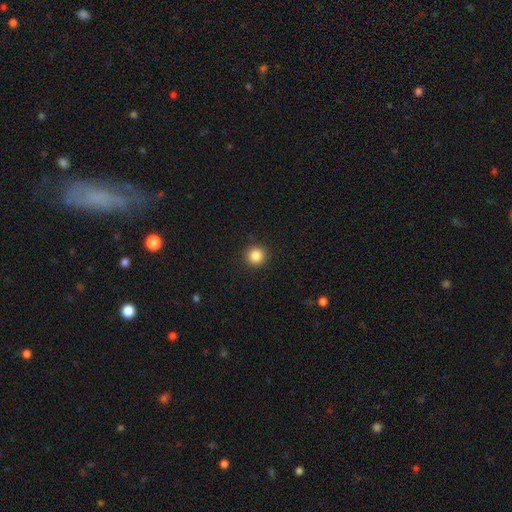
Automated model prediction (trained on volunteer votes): Q: Smooth or featured?
A: smooth (85%); runner-up: star or artifact (11%)
Q: How rounded?
A: round (94%); runner-up: in between (5%)
Q: Merging?
A: none (92%); runner-up: minor disturbance (5%)